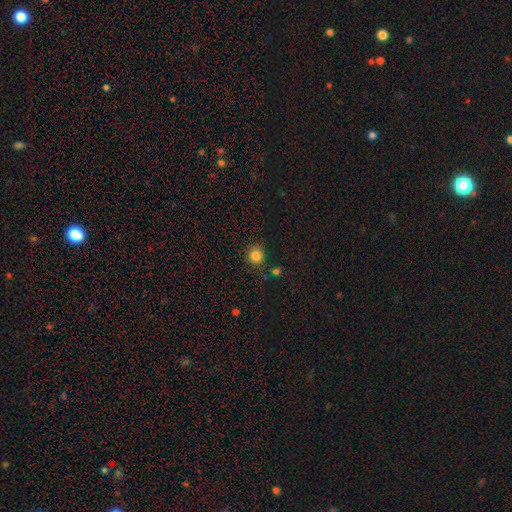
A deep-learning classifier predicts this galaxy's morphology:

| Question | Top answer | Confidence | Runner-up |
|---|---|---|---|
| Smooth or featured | smooth | 83% | star or artifact (12%) |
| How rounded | round | 86% | in between (13%) |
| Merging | none | 82% | minor disturbance (11%) |